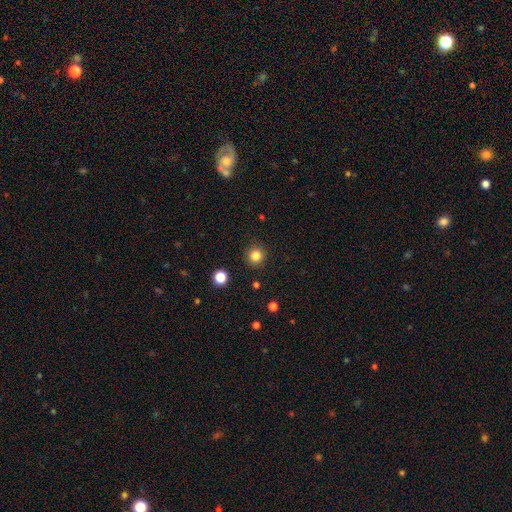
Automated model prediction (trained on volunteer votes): Smooth or featured? Predicted: smooth (p=0.83). How rounded? Predicted: round (p=0.95). Merging? Predicted: none (p=0.91).